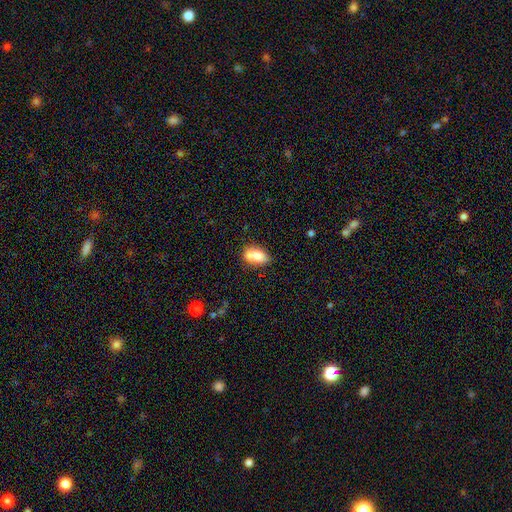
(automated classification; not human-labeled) smooth 78%, featured or disk 14%, star or artifact 8%. Down the decision tree: how rounded — in between (87%); merging — none (47%).